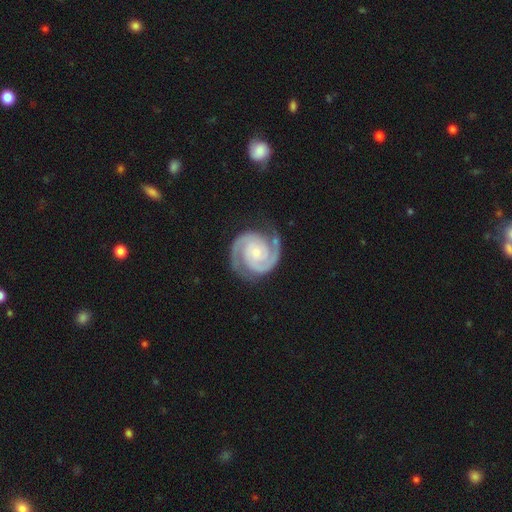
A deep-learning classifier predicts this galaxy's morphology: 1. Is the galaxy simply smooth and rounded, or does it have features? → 93% featured or disk, 4% star or artifact, 3% smooth.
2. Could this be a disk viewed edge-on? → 98% no, 2% yes.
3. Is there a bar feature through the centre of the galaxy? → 68% no, 21% weak, 11% strong.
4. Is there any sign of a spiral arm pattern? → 99% yes, 1% no.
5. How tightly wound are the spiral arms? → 71% tight, 26% medium, 3% loose.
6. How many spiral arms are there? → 93% 2, 2% 3, 2% can't tell, 1% 1, 1% 4, 1% more than 4.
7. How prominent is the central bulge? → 63% small, 28% moderate, 5% none, 2% large, 1% dominant.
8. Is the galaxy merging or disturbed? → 82% none, 12% minor disturbance, 4% major disturbance, 2% merger.